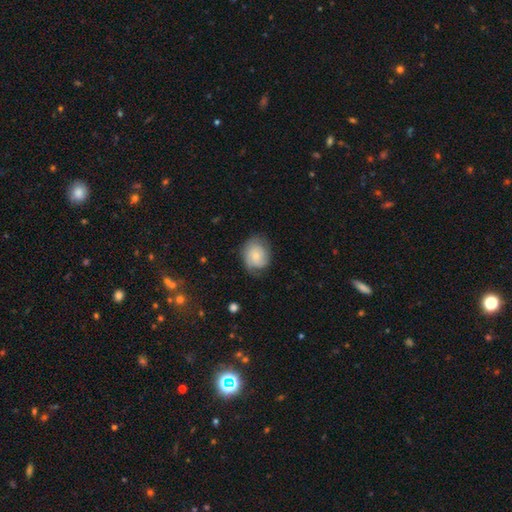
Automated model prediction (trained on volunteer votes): Q: Smooth or featured?
A: smooth (48%); runner-up: featured or disk (45%)
Q: Merging?
A: none (63%); runner-up: minor disturbance (26%)